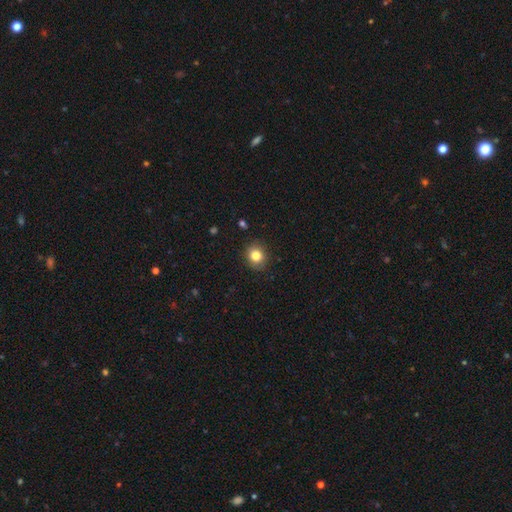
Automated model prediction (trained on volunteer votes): Overall: smooth (82%). How rounded: round (75%). Merging: none (87%).